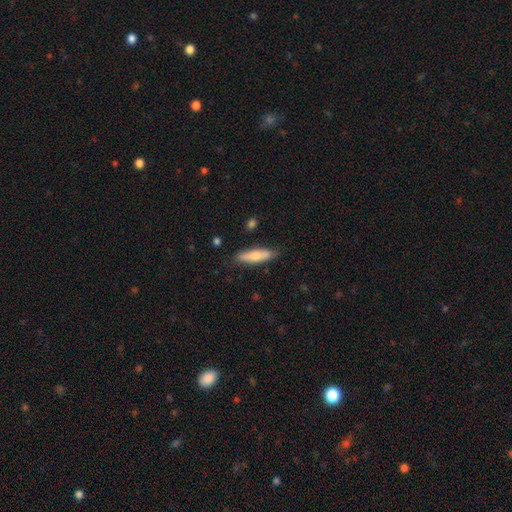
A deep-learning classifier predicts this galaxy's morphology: Smooth or featured?
  - smooth: 71% *
  - featured or disk: 24%
  - star or artifact: 6%
How rounded?
  - cigar-shaped: 64% *
  - in between: 34%
  - round: 2%
Merging?
  - none: 82% *
  - minor disturbance: 14%
  - major disturbance: 3%
  - merger: 2%